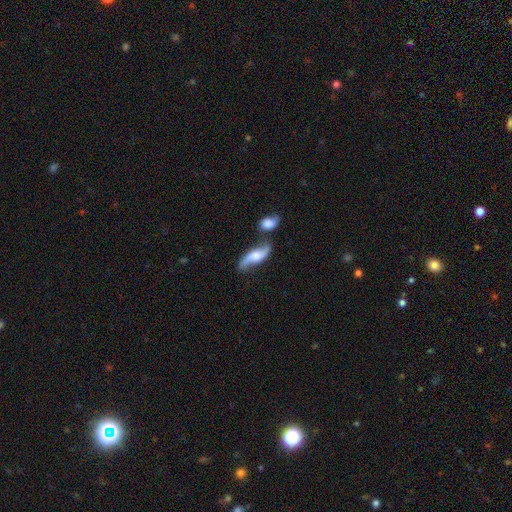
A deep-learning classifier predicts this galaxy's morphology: smooth_or_featured: featured or disk (p=0.71) [alt: smooth p=0.23]
disk_edge_on: no (p=0.81) [alt: yes p=0.19]
bar: no (p=0.60) [alt: weak p=0.31]
has_spiral_arms: yes (p=0.92) [alt: no p=0.08]
spiral_winding: loose (p=0.84) [alt: medium p=0.12]
spiral_arm_count: 2 (p=0.92) [alt: can't tell p=0.03]
bulge_size: moderate (p=0.38) [alt: small p=0.24]
merging: none (p=0.50) [alt: merger p=0.27]